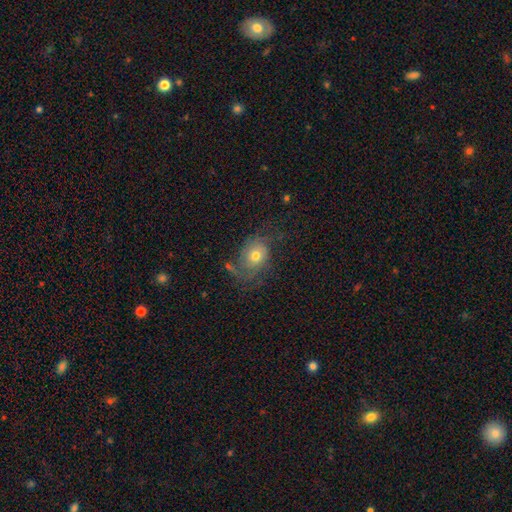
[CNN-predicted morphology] This appears to be a featured or disk galaxy (45%). Merging: none (52%).